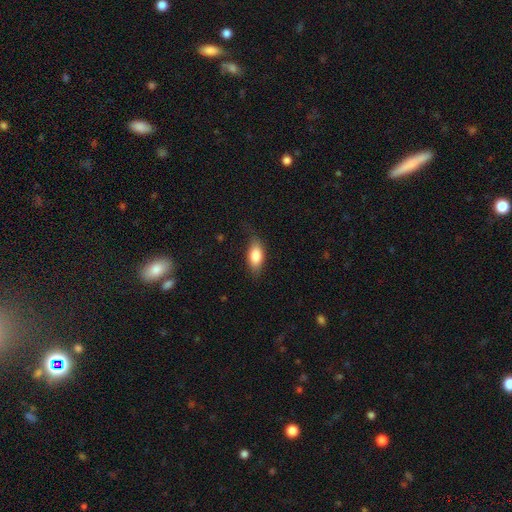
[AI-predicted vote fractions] smooth 81%, featured or disk 12%, star or artifact 7%. Down the decision tree: how rounded — in between (86%); merging — none (71%).